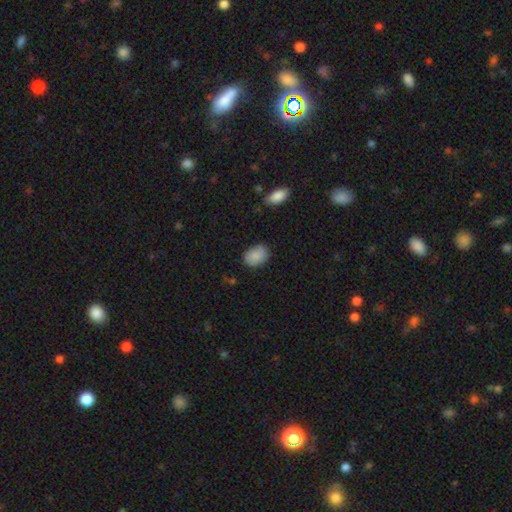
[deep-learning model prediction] Q: Smooth or featured?
A: smooth (88%); runner-up: star or artifact (7%)
Q: How rounded?
A: in between (80%); runner-up: round (19%)
Q: Merging?
A: none (83%); runner-up: minor disturbance (13%)